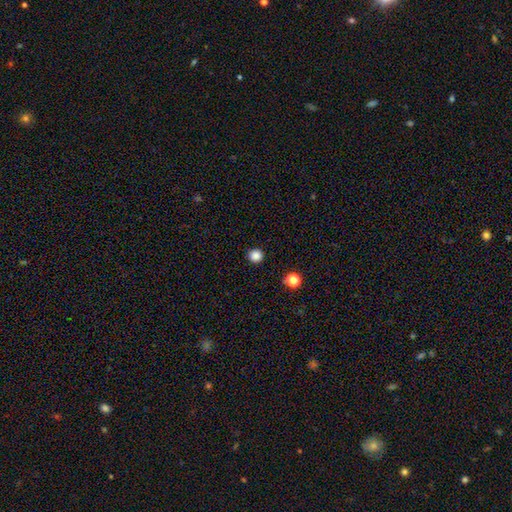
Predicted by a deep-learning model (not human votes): Morphology: type=smooth (85%); roundness=round (94%); merging=none (93%).